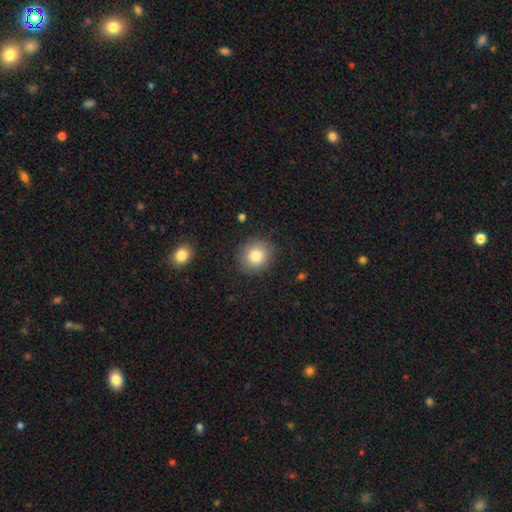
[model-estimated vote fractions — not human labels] This appears to be a smooth galaxy with no disk features (82%) that is round (84%). Merging: none (86%).